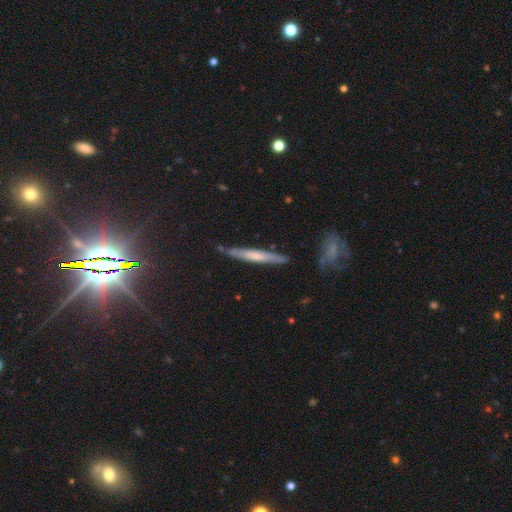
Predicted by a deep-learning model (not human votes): This is possibly a smooth galaxy (48%). Merging: clearly none (81%).